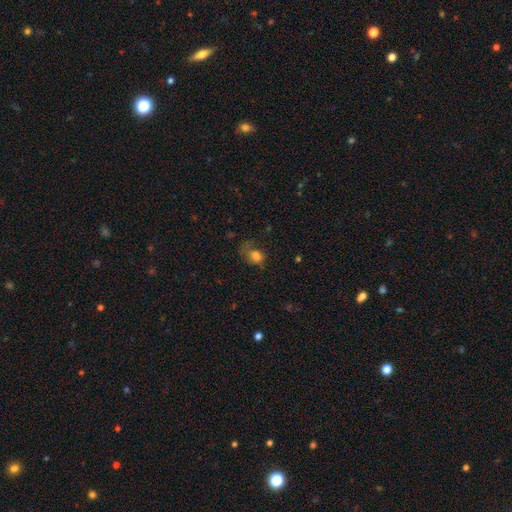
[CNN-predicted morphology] Q: Smooth or featured?
A: smooth (75%); runner-up: featured or disk (13%)
Q: How rounded?
A: in between (62%); runner-up: round (37%)
Q: Merging?
A: major disturbance (36%); runner-up: none (33%)